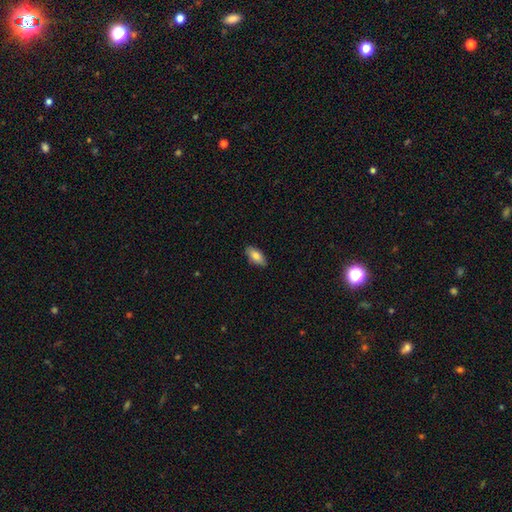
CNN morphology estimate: Smooth or featured: smooth — 83% (featured or disk — 11%)
How rounded: in between — 90% (cigar-shaped — 8%)
Merging: none — 86% (minor disturbance — 11%)